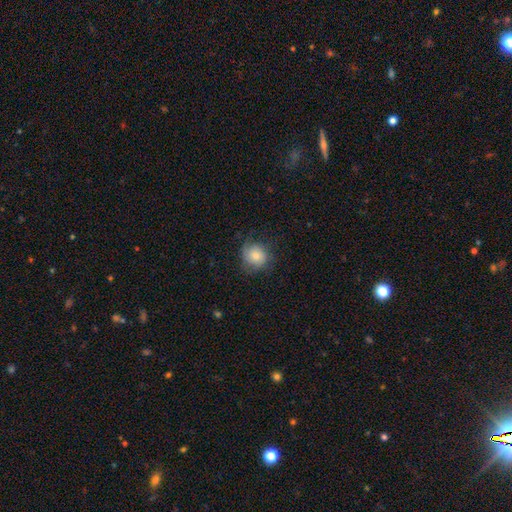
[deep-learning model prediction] This is likely a smooth galaxy (73%). How rounded: clearly round (84%). Merging: likely none (67%).